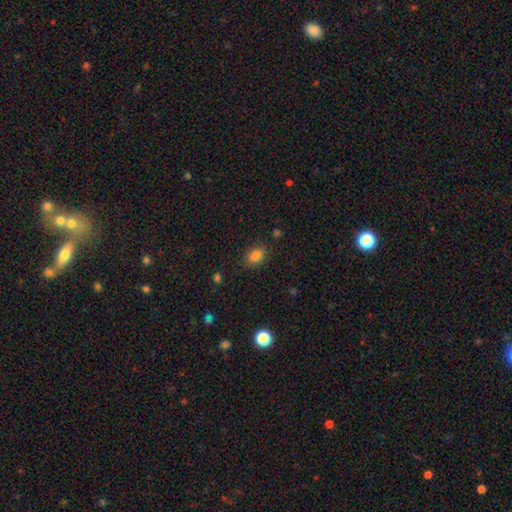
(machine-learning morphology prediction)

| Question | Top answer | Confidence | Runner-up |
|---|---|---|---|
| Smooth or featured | smooth | 82% | star or artifact (12%) |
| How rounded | in between | 76% | round (22%) |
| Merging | none | 84% | minor disturbance (11%) |